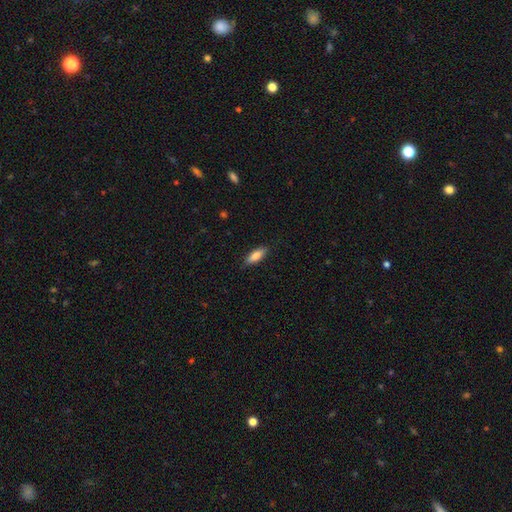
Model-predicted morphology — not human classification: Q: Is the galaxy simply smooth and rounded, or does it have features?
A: smooth — 81%.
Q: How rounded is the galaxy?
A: in between — 64%.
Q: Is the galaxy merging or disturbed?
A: none — 86%.